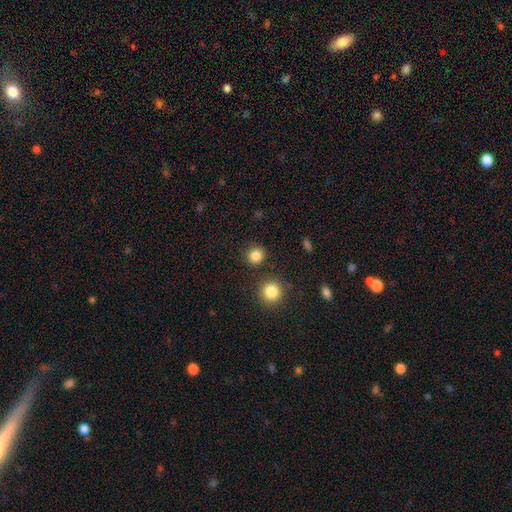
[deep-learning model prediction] A smooth galaxy with no disk features (84%) that is round (90%). Merging: none (86%).